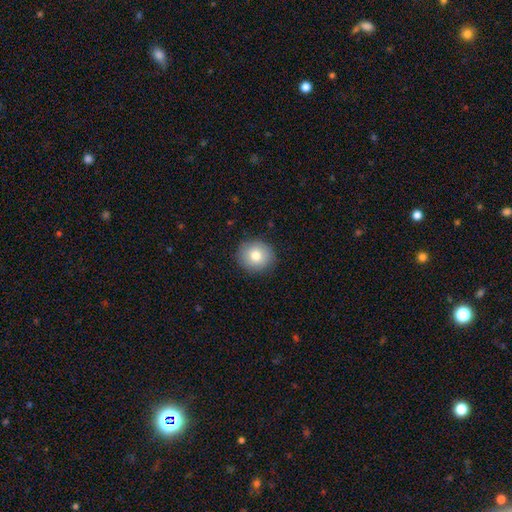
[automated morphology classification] Smooth or featured: smooth — 79% (featured or disk — 12%)
How rounded: round — 88% (in between — 11%)
Merging: none — 90% (minor disturbance — 7%)